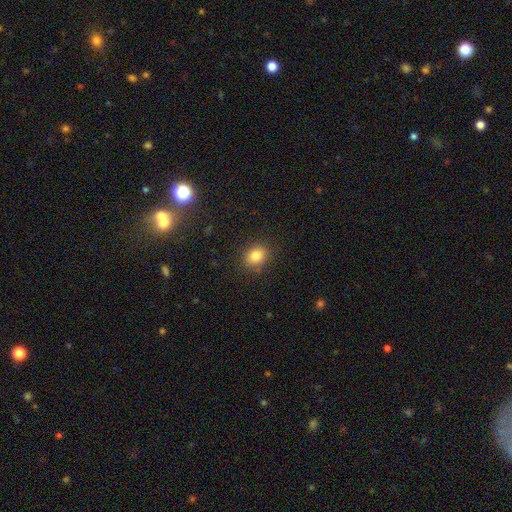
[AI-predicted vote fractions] smooth_or_featured: smooth (p=0.82) [alt: star or artifact p=0.11]
how_rounded: round (p=0.55) [alt: in between p=0.44]
merging: none (p=0.86) [alt: minor disturbance p=0.09]